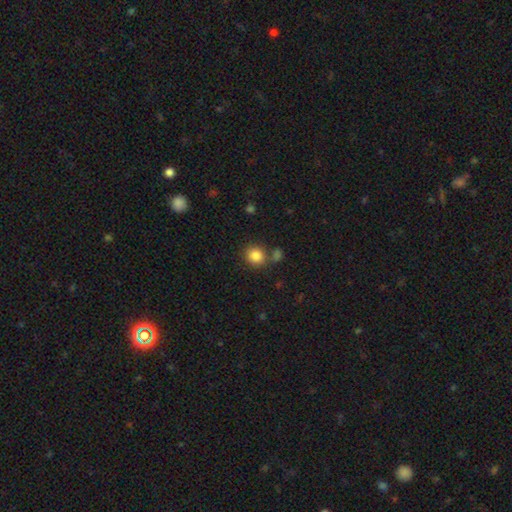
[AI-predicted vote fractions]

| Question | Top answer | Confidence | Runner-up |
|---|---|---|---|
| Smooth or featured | smooth | 85% | star or artifact (10%) |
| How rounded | round | 82% | in between (17%) |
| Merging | none | 73% | merger (13%) |